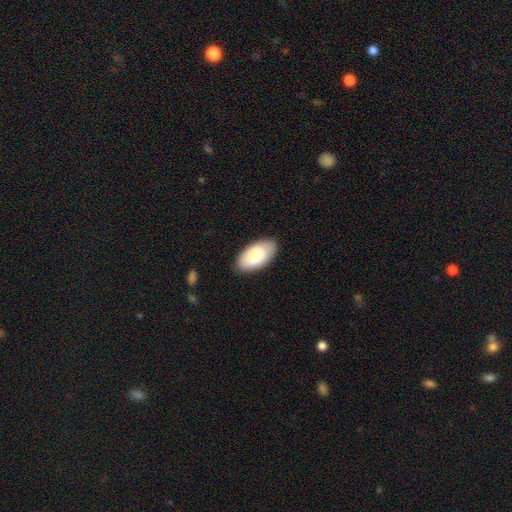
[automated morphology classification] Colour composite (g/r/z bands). It shows a smooth galaxy with no disk features (84%) that is in between round and cigar-shaped (96%). Merging: none (85%).